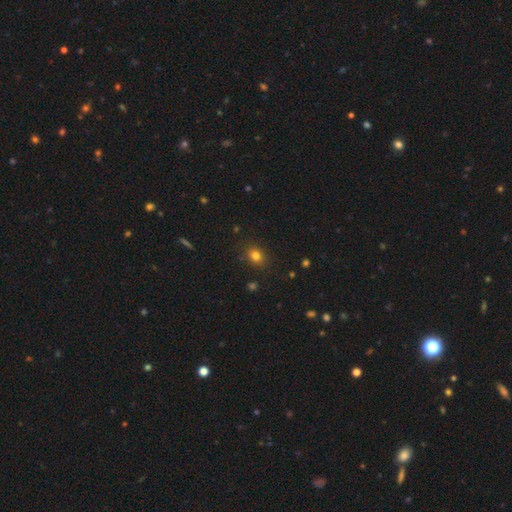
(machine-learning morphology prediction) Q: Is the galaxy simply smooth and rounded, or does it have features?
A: smooth — 79%.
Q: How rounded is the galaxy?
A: round — 63%.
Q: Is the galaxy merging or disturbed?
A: none — 86%.